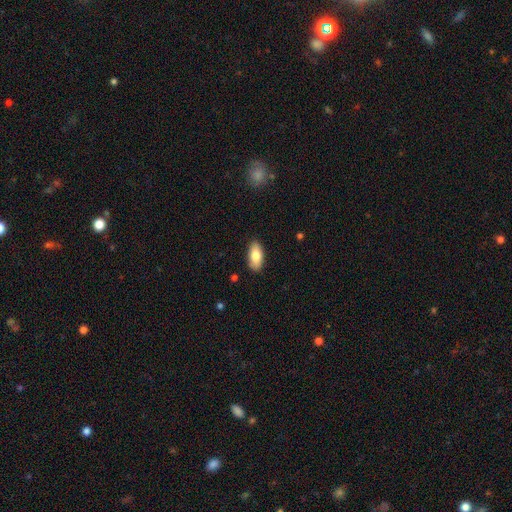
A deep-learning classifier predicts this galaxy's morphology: smooth-or-featured: smooth: 81% | featured or disk: 13% | star or artifact: 6%
  how-rounded: in between: 90% | cigar-shaped: 7% | round: 3%
  merging: none: 88% | minor disturbance: 9% | major disturbance: 2% | merger: 1%